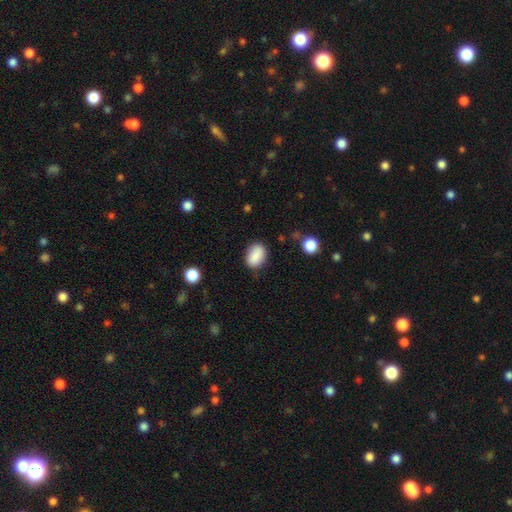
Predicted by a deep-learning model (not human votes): smooth 88%, star or artifact 8%, featured or disk 4%. Down the decision tree: how rounded — in between (81%); merging — none (79%).